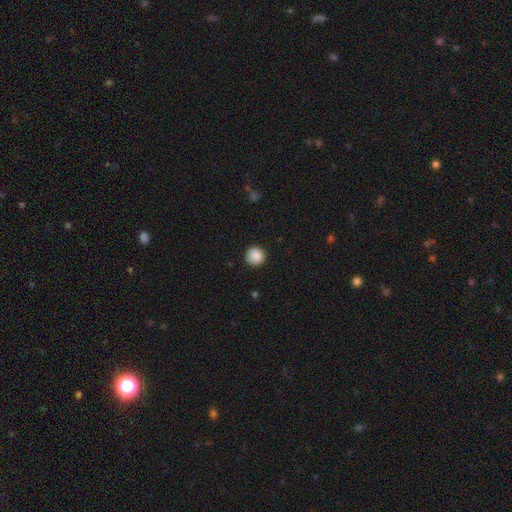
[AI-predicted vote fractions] Overall: smooth (88%). How rounded: round (93%). Merging: none (88%).